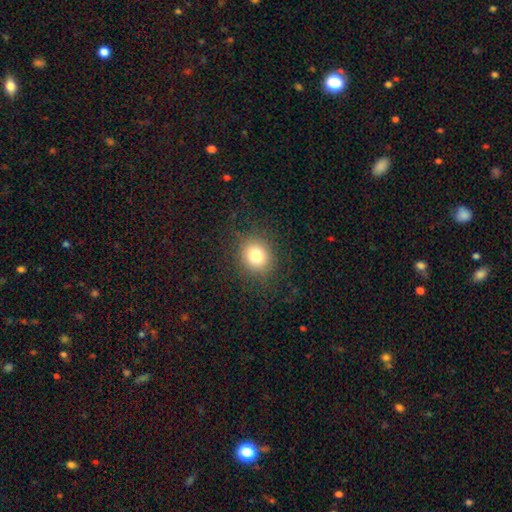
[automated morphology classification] smooth-or-featured: smooth: 78% | star or artifact: 13% | featured or disk: 9%
  how-rounded: round: 79% | in between: 20% | cigar-shaped: 1%
  merging: none: 85% | minor disturbance: 9% | major disturbance: 5% | merger: 1%